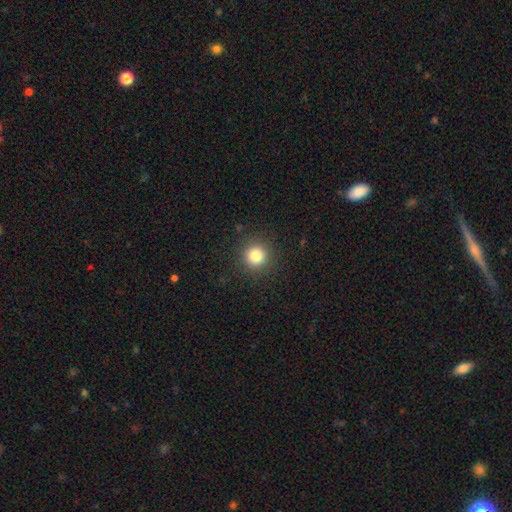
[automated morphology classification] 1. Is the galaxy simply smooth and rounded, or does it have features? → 83% smooth, 12% star or artifact, 5% featured or disk.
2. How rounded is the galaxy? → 94% round, 5% in between, 1% cigar-shaped.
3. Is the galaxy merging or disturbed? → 91% none, 6% minor disturbance, 2% major disturbance, 1% merger.